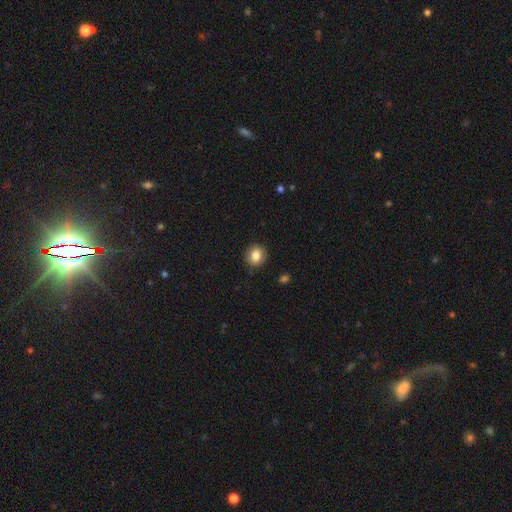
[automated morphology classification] Smooth or featured?
  - smooth: 84% *
  - star or artifact: 9%
  - featured or disk: 7%
How rounded?
  - round: 75% *
  - in between: 25%
  - cigar-shaped: 1%
Merging?
  - none: 86% *
  - minor disturbance: 10%
  - major disturbance: 2%
  - merger: 1%